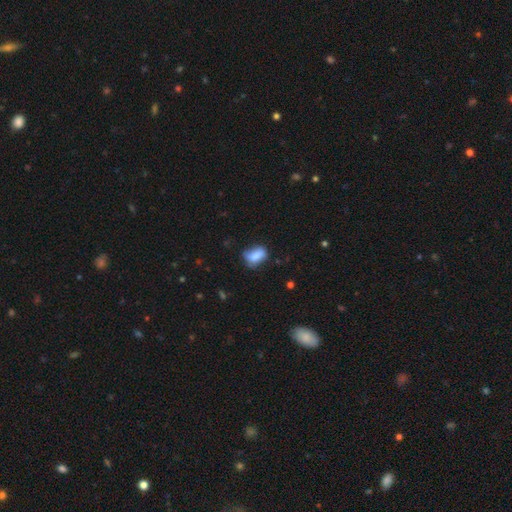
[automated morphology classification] Smooth or featured?
  - smooth: 76% *
  - featured or disk: 15%
  - star or artifact: 9%
How rounded?
  - in between: 81% *
  - round: 16%
  - cigar-shaped: 3%
Merging?
  - none: 49% *
  - minor disturbance: 35%
  - major disturbance: 13%
  - merger: 4%